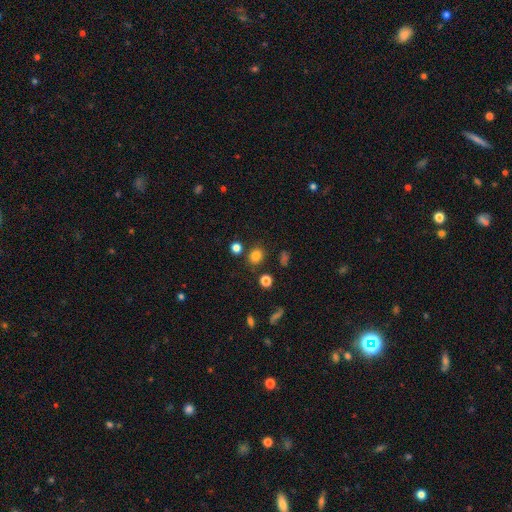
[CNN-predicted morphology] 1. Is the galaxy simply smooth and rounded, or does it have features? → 80% smooth, 15% star or artifact, 5% featured or disk.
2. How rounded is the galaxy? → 75% round, 24% in between, 1% cigar-shaped.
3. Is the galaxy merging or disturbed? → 81% none, 9% minor disturbance, 6% merger, 4% major disturbance.